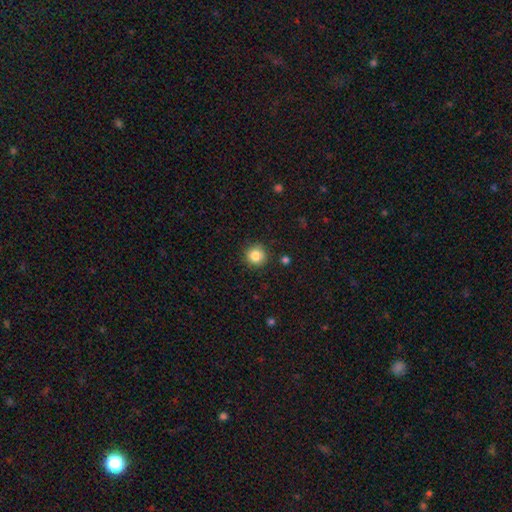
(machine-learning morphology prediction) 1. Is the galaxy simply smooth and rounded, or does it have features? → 84% smooth, 11% star or artifact, 5% featured or disk.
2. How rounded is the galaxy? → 94% round, 5% in between, 1% cigar-shaped.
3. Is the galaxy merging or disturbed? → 90% none, 7% minor disturbance, 2% major disturbance, 2% merger.